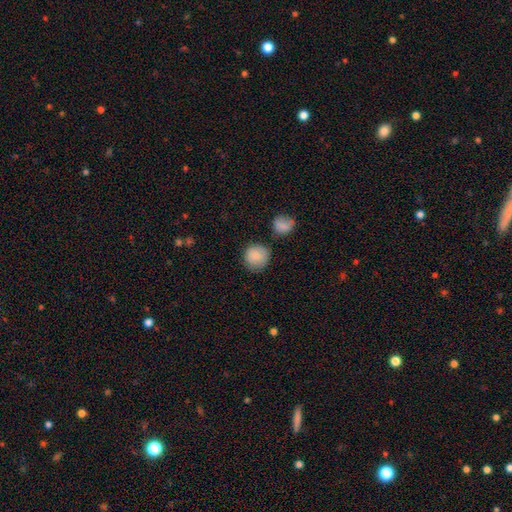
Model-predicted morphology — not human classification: smooth_or_featured: smooth (p=0.87) [alt: star or artifact p=0.08]
how_rounded: round (p=0.91) [alt: in between p=0.08]
merging: none (p=0.74) [alt: minor disturbance p=0.15]